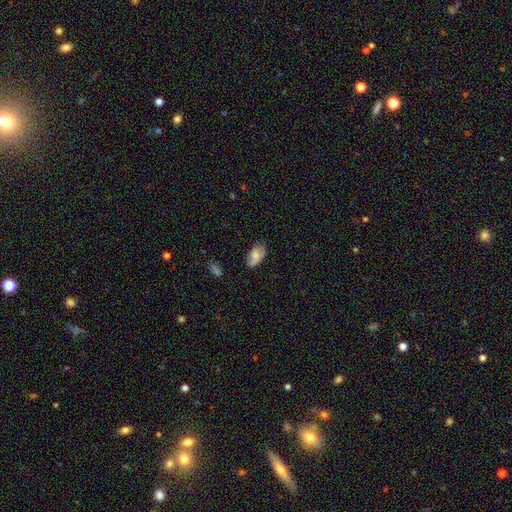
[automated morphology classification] Smooth or featured?
  - smooth: 74% *
  - featured or disk: 18%
  - star or artifact: 8%
How rounded?
  - in between: 93% *
  - round: 4%
  - cigar-shaped: 2%
Merging?
  - none: 67% *
  - minor disturbance: 25%
  - major disturbance: 6%
  - merger: 2%